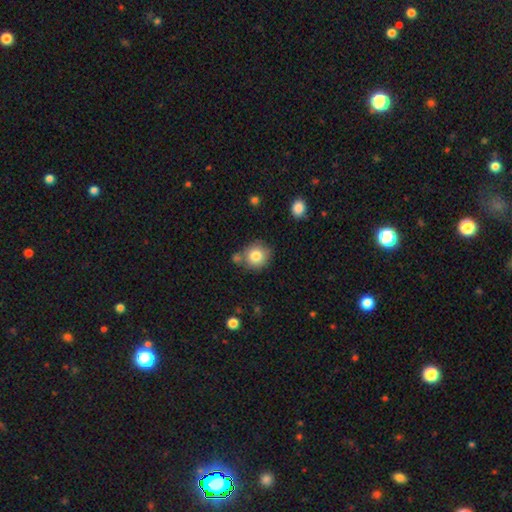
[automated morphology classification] A smooth galaxy with no disk features (81%) that is round (85%). Merging: none (69%).